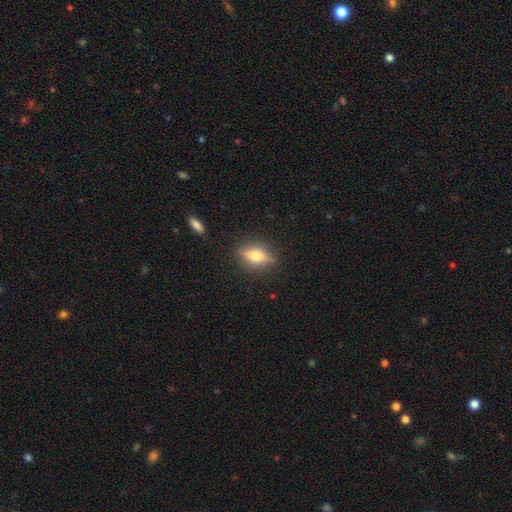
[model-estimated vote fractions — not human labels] The model was most divided on "smooth or featured": featured or disk: 48%, smooth: 43%, star or artifact: 9%. More confident: merging — none (85%).